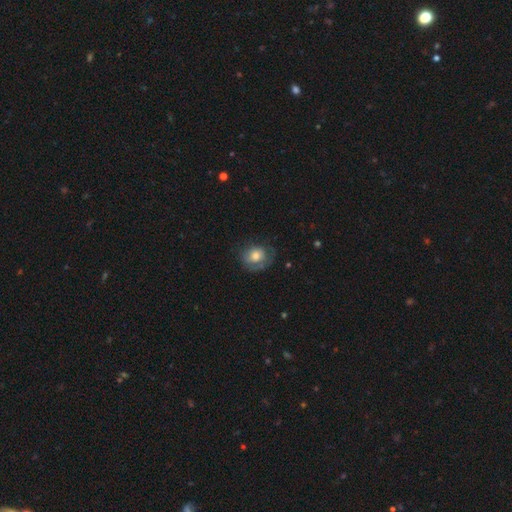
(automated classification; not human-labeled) Smooth or featured?
  - smooth: 54% *
  - featured or disk: 38%
  - star or artifact: 8%
How rounded?
  - round: 63% *
  - in between: 36%
  - cigar-shaped: 1%
Merging?
  - none: 56% *
  - minor disturbance: 25%
  - major disturbance: 18%
  - merger: 1%